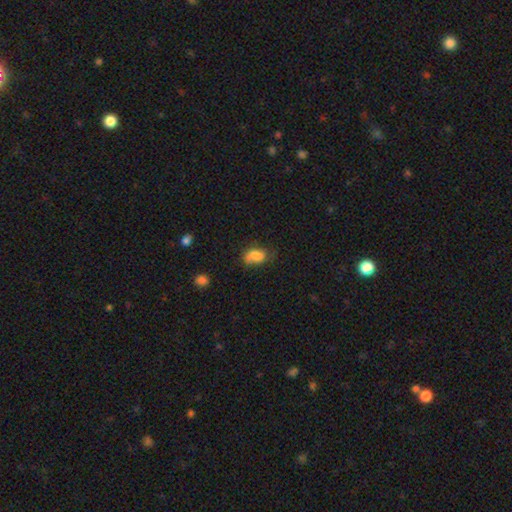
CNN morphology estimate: Overall: smooth (74%). How rounded: in between (85%). Merging: none (48%; minor disturbance 30%).